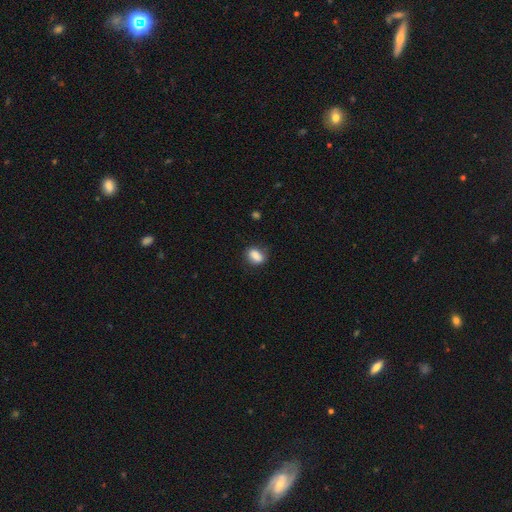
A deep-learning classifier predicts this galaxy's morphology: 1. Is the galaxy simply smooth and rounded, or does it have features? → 84% smooth, 9% star or artifact, 7% featured or disk.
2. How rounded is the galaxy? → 74% in between, 22% round, 3% cigar-shaped.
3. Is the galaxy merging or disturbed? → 74% none, 19% minor disturbance, 5% major disturbance, 3% merger.